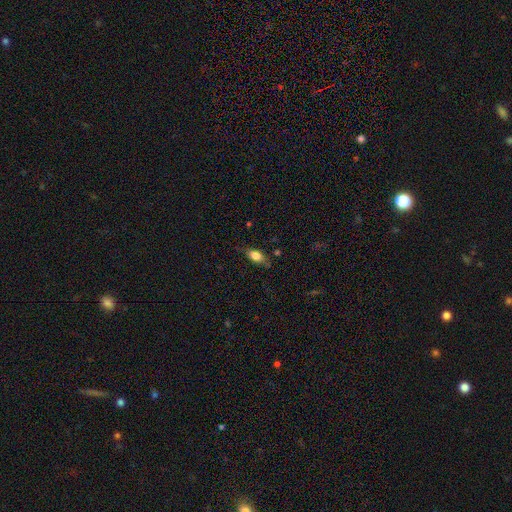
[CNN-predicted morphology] Q: Smooth or featured?
A: smooth (73%); runner-up: featured or disk (18%)
Q: How rounded?
A: in between (79%); runner-up: cigar-shaped (13%)
Q: Merging?
A: none (71%); runner-up: minor disturbance (22%)